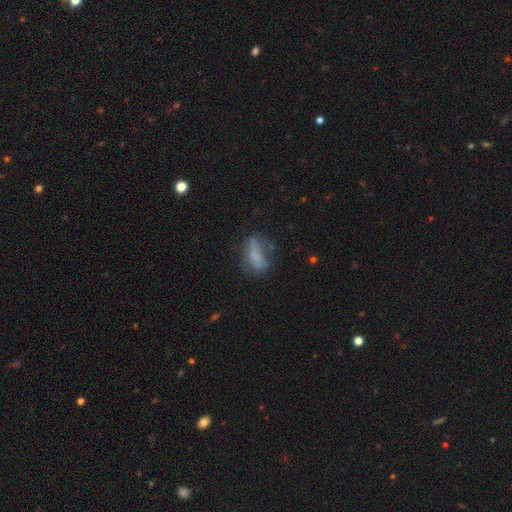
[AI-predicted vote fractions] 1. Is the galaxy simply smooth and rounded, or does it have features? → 52% smooth, 35% featured or disk, 13% star or artifact.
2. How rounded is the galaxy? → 63% in between, 31% cigar-shaped, 6% round.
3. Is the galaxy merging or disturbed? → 42% none, 26% major disturbance, 26% minor disturbance, 6% merger.